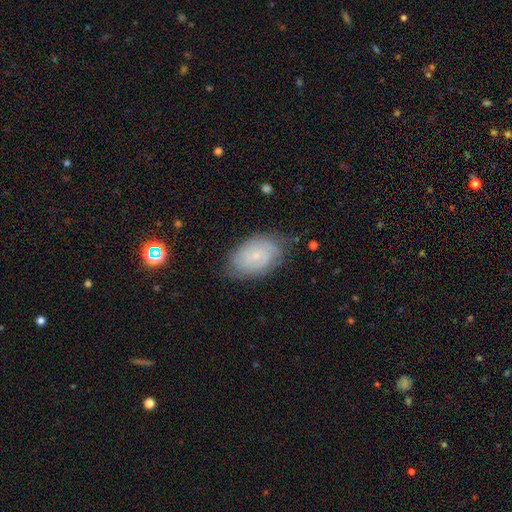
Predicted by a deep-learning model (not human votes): smooth-or-featured: featured or disk: 56% | smooth: 34% | star or artifact: 10%
  disk-edge-on: no: 96% | yes: 4%
    bar: no: 71% | weak: 25% | strong: 4%
    has-spiral-arms: yes: 86% | no: 14%
    bulge-size: small: 79% | moderate: 12% | none: 7% | large: 1% | dominant: 1%
  merging: none: 72% | minor disturbance: 21% | major disturbance: 6% | merger: 1%